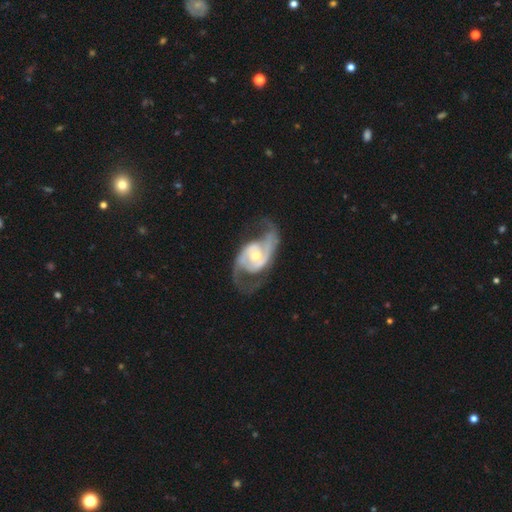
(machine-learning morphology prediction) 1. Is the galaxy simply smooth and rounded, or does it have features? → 91% featured or disk, 5% smooth, 4% star or artifact.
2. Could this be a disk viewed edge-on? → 97% no, 3% yes.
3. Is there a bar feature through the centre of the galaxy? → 59% no, 30% weak, 11% strong.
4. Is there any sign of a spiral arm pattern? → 96% yes, 4% no.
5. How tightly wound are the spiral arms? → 52% medium, 28% loose, 20% tight.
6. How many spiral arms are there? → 91% 2, 3% can't tell, 2% 3, 2% 1, 1% 4, 1% more than 4.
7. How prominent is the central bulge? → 63% moderate, 30% small, 5% large, 1% none, 1% dominant.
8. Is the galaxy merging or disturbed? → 69% none, 16% minor disturbance, 14% major disturbance, 2% merger.